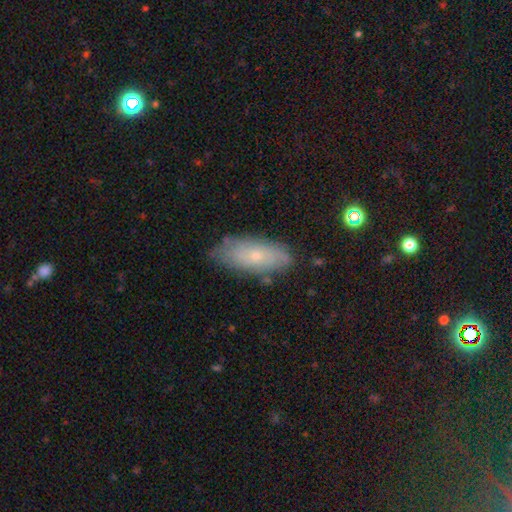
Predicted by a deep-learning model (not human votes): smooth 57%, featured or disk 35%, star or artifact 8%. Down the decision tree: how rounded — in between (82%); merging — none (75%).